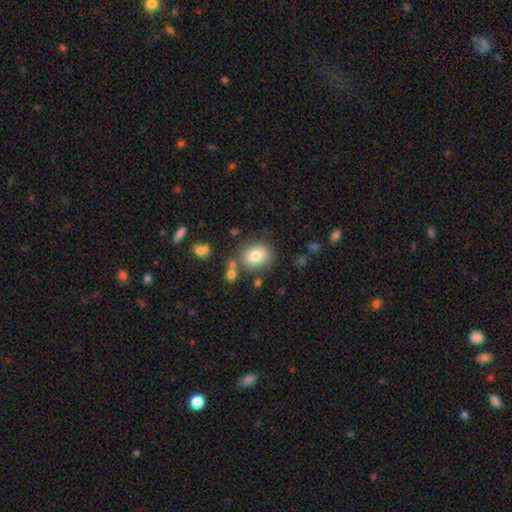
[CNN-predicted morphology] This appears to be a smooth galaxy with no disk features (79%) that is round (52%). Merging: none (75%).